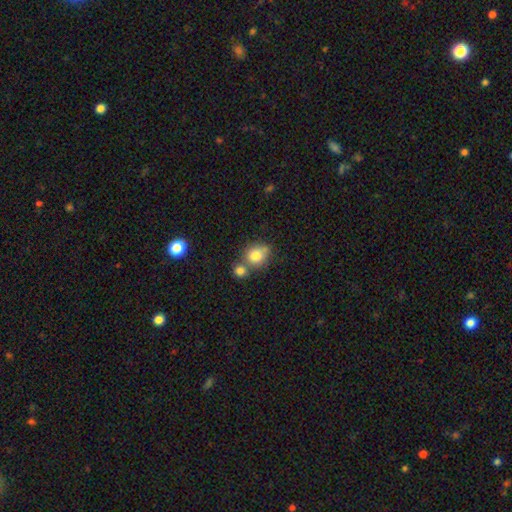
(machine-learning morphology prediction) A smooth galaxy with no disk features (80%) that is round (69%). Merging: none (46%).